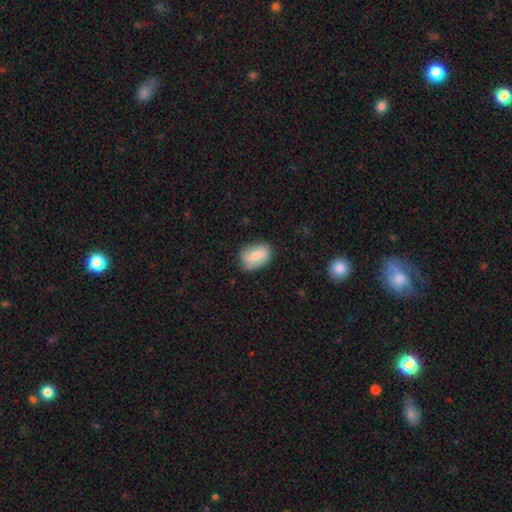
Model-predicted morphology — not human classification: type=smooth (71%); roundness=in between (79%); merging=none (74%).